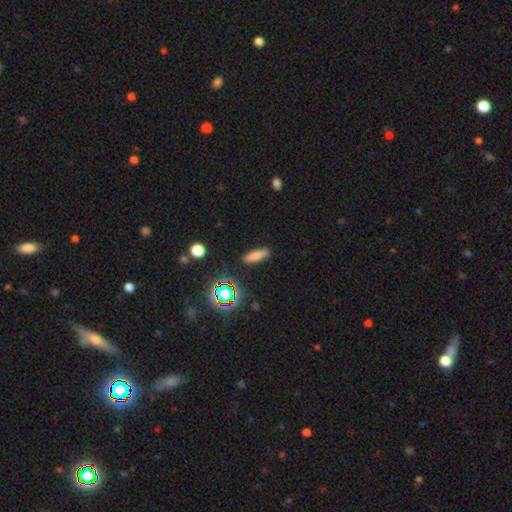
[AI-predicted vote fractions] Smooth or featured?
  - smooth: 75% *
  - star or artifact: 15%
  - featured or disk: 10%
How rounded?
  - cigar-shaped: 57% *
  - in between: 39%
  - round: 4%
Merging?
  - none: 87% *
  - minor disturbance: 9%
  - major disturbance: 3%
  - merger: 2%